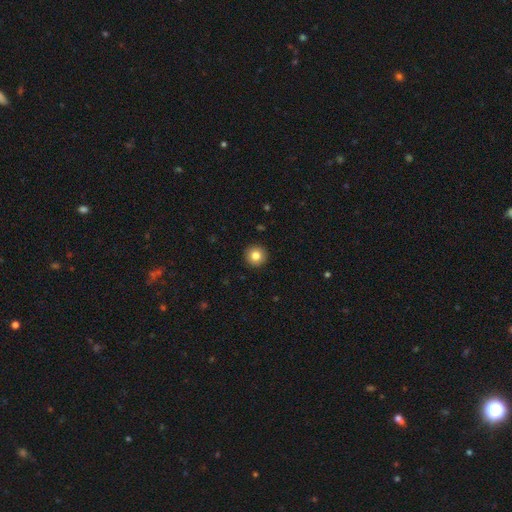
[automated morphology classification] smooth 83%, star or artifact 10%, featured or disk 8%. Down the decision tree: how rounded — round (96%); merging — none (93%).